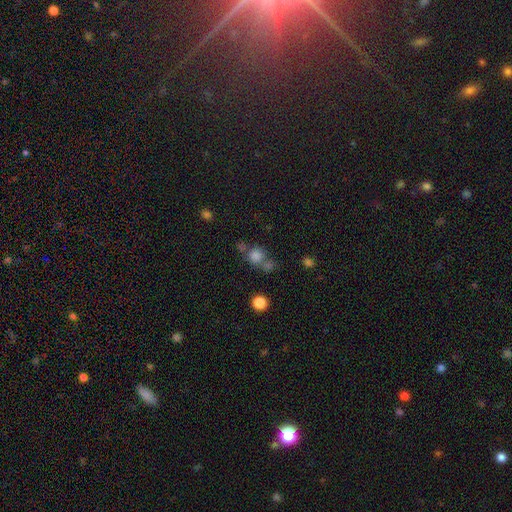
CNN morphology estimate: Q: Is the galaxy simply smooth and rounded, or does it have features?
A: smooth — 77%.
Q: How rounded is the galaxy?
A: round — 85%.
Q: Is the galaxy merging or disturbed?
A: none — 52%.